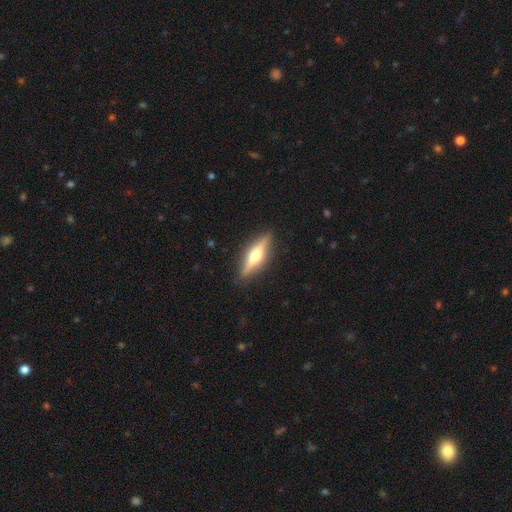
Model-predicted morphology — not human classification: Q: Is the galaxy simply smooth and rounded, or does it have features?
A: featured or disk — 65%.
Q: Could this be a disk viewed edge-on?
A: yes — 94%.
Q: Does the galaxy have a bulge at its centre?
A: rounded — 92%.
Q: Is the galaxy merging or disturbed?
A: none — 89%.